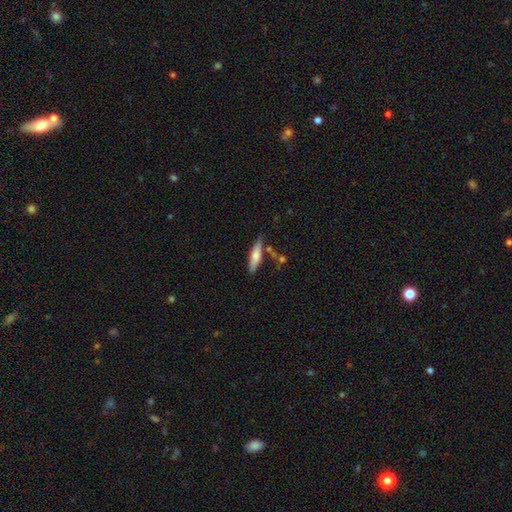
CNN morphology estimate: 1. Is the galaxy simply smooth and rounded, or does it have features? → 65% smooth, 29% featured or disk, 6% star or artifact.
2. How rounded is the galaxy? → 71% cigar-shaped, 27% in between, 2% round.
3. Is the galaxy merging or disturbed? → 72% none, 16% minor disturbance, 8% merger, 4% major disturbance.